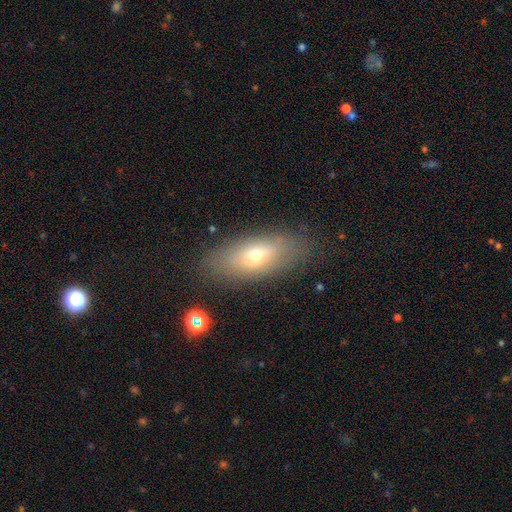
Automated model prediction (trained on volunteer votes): Morphology: type=smooth (59%); roundness=in between (73%); merging=none (82%).